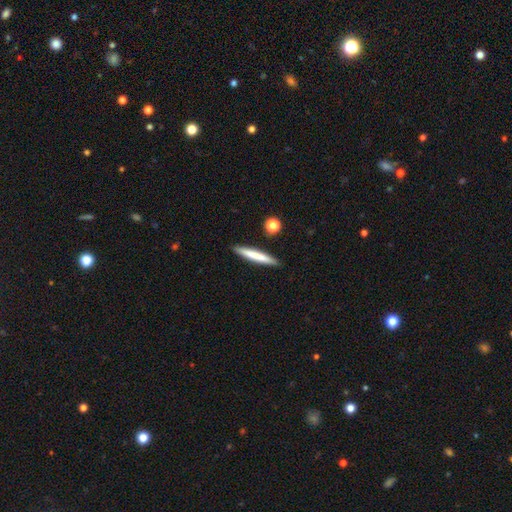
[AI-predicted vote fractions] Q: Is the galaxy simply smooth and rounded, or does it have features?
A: smooth — 69%.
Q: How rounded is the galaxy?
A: cigar-shaped — 95%.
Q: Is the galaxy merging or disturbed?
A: none — 90%.